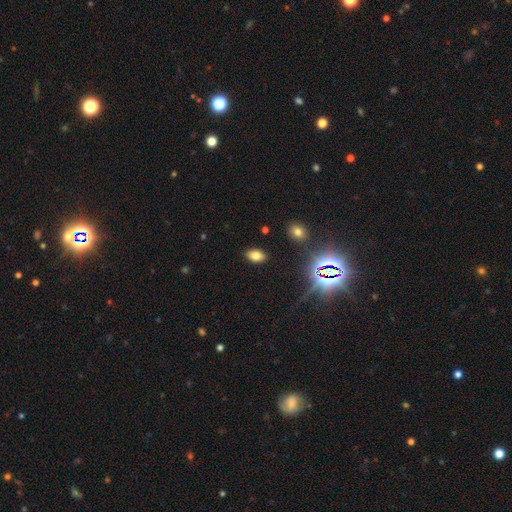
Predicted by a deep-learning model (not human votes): Smooth or featured? Predicted: smooth (p=0.76). How rounded? Predicted: in between (p=0.89). Merging? Predicted: none (p=0.88).